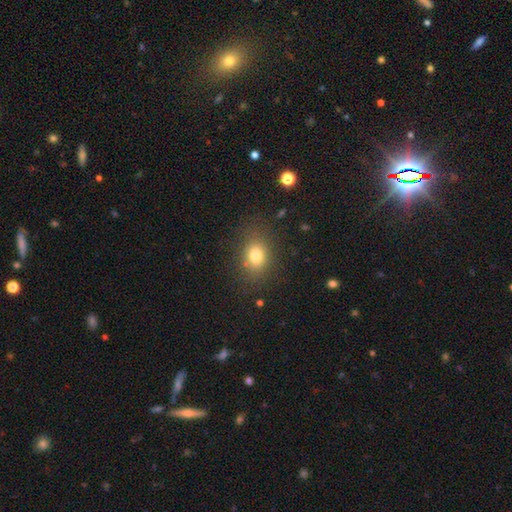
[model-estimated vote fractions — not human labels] smooth-or-featured: smooth: 77% | star or artifact: 13% | featured or disk: 10%
  how-rounded: in between: 59% | round: 40% | cigar-shaped: 1%
  merging: none: 81% | minor disturbance: 12% | major disturbance: 5% | merger: 2%